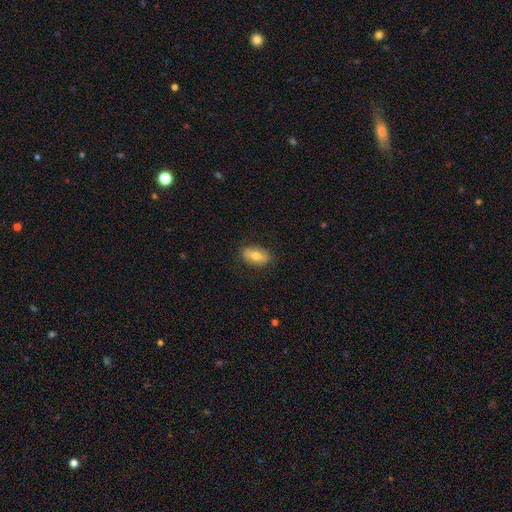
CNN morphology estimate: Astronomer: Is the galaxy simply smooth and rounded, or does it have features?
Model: smooth — 64%.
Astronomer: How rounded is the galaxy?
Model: in between — 88%.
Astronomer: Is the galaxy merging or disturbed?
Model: none — 83%.